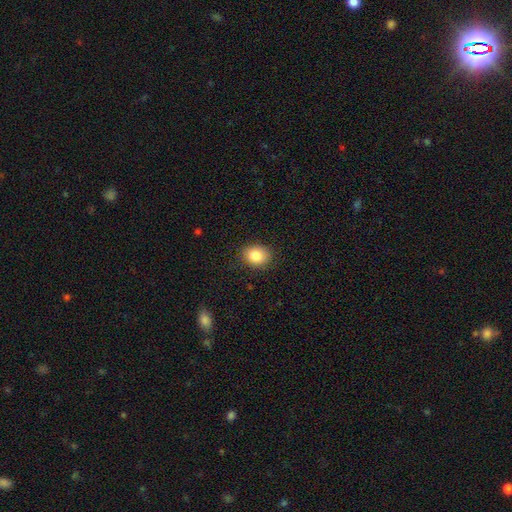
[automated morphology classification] Smooth or featured? Predicted: smooth (p=0.86). How rounded? Predicted: in between (p=0.55). Merging? Predicted: none (p=0.86).